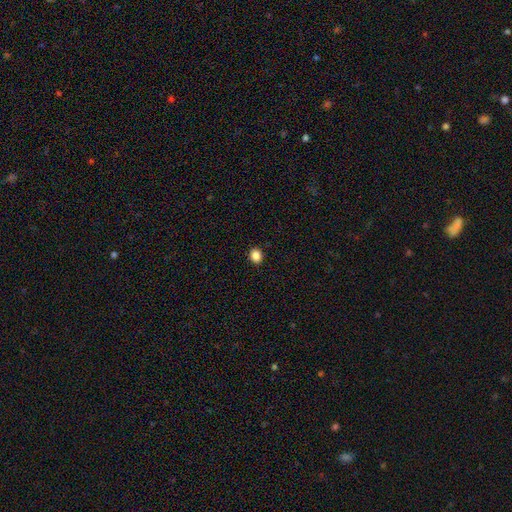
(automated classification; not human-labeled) Smooth or featured? smooth (86%)
How rounded? round (61%)
Merging? none (91%)